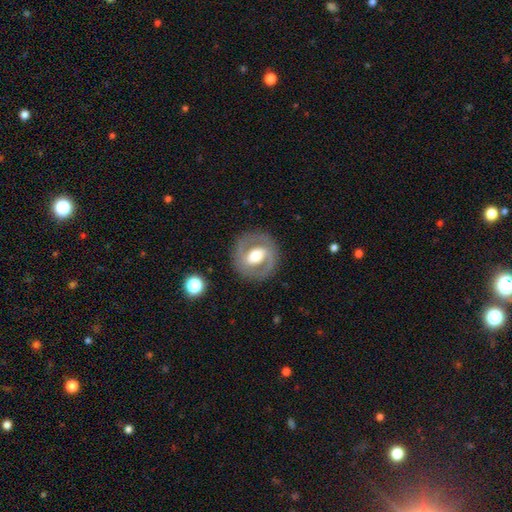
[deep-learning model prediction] Smooth or featured?
  - featured or disk: 68% *
  - smooth: 27%
  - star or artifact: 6%
Edge-on disk?
  - no: 96% *
  - yes: 4%
Bar?
  - weak: 39% *
  - no: 32%
  - strong: 29%
Spiral arms?
  - yes: 52% *
  - no: 48%
Bulge size?
  - moderate: 59% *
  - large: 30%
  - small: 7%
  - dominant: 2%
  - none: 1%
Merging?
  - none: 83% *
  - minor disturbance: 10%
  - major disturbance: 6%
  - merger: 1%